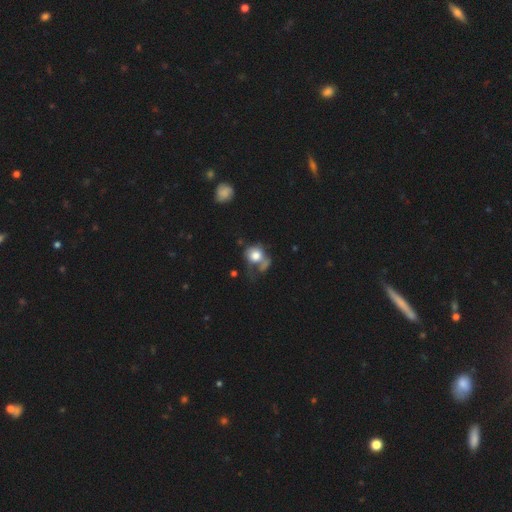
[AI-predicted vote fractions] Smooth or featured? Predicted: smooth (p=0.70). How rounded? Predicted: round (p=0.70). Merging? Predicted: major disturbance (p=0.33).